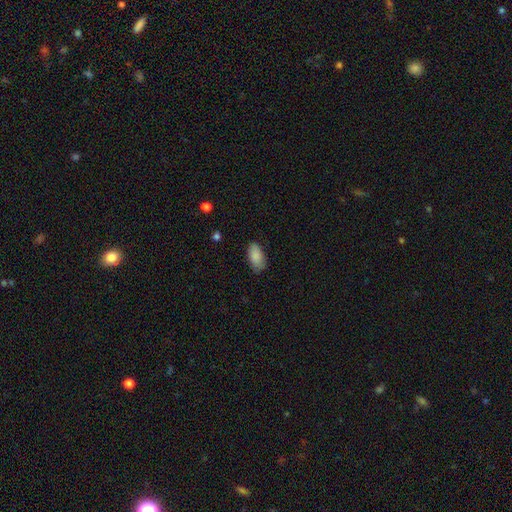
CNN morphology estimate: smooth 88%, star or artifact 7%, featured or disk 6%. Down the decision tree: how rounded — in between (92%); merging — none (77%).